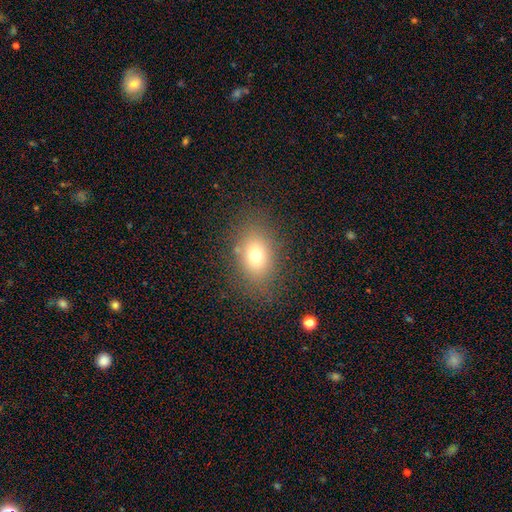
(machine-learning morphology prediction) type=smooth (71%); roundness=in between (69%); merging=none (79%).